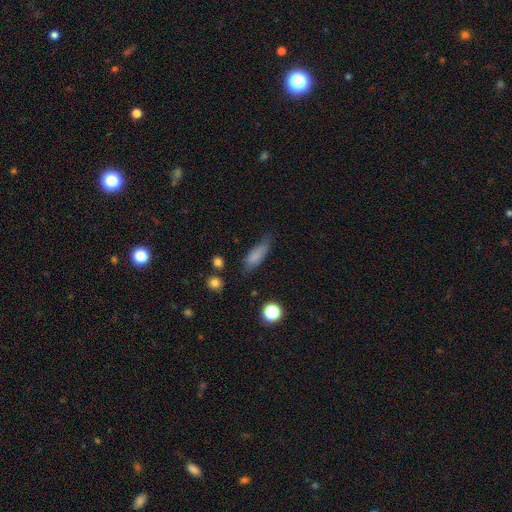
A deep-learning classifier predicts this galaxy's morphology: Smooth or featured?
  - smooth: 79% *
  - featured or disk: 12%
  - star or artifact: 10%
How rounded?
  - in between: 63% *
  - cigar-shaped: 34%
  - round: 3%
Merging?
  - none: 60% *
  - minor disturbance: 29%
  - major disturbance: 9%
  - merger: 3%